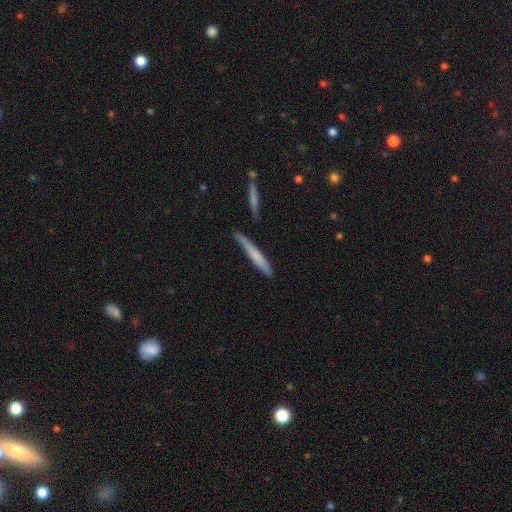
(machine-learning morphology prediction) This appears to be a smooth galaxy with no disk features (66%) that is cigar-shaped (95%). Merging: none (74%).